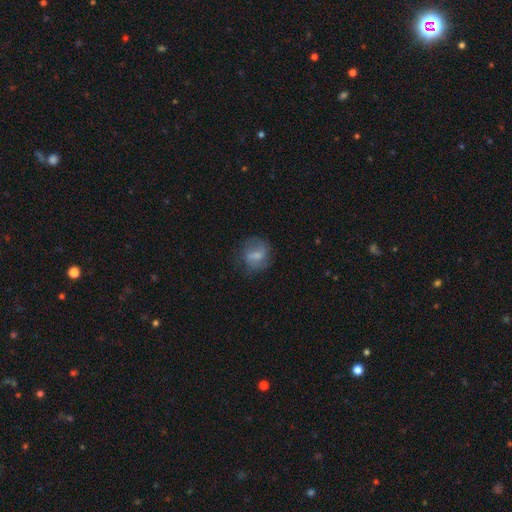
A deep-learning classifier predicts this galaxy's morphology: This is possibly a smooth galaxy (56%). How rounded: likely round (65%). Merging: likely none (63%).